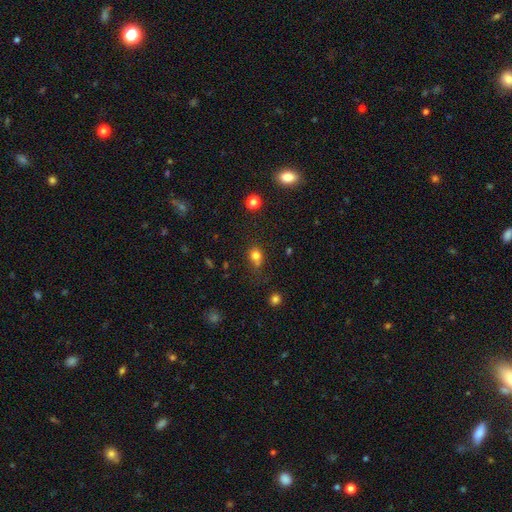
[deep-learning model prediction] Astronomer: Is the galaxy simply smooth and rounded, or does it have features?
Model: smooth — 77%.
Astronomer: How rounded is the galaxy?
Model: round — 71%.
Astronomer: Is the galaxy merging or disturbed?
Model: none — 54%.